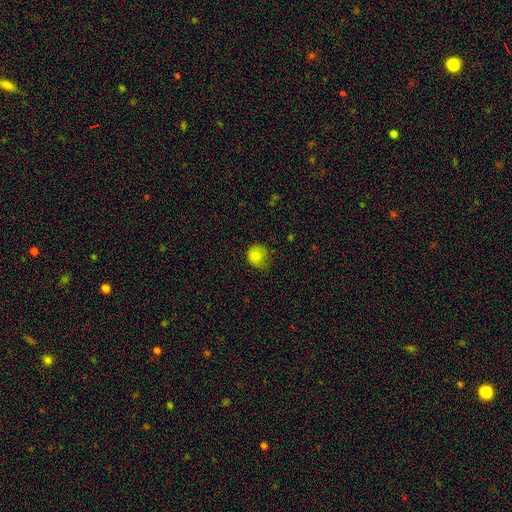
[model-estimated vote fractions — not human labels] A smooth galaxy with no disk features (84%) that is round (82%).

Vote fractions:
- Smooth or featured? smooth: 84% / star or artifact: 10% / featured or disk: 6%
- How rounded? round: 82% / in between: 17% / cigar-shaped: 1%
- Merging? none: 56% / minor disturbance: 32% / major disturbance: 10% / merger: 1%